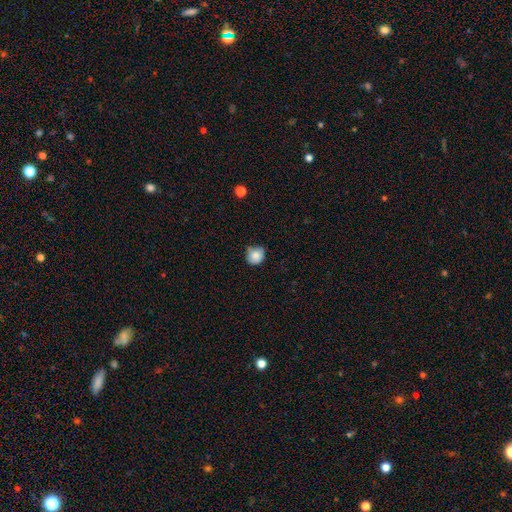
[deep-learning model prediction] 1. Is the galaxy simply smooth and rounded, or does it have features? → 82% smooth, 9% featured or disk, 9% star or artifact.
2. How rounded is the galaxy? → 84% round, 15% in between, 1% cigar-shaped.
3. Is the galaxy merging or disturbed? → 63% none, 30% minor disturbance, 5% major disturbance, 2% merger.